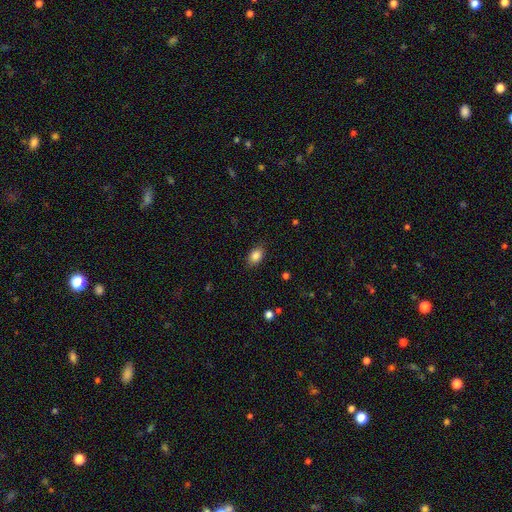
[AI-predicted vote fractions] Smooth or featured? Predicted: smooth (p=0.84). How rounded? Predicted: in between (p=0.83). Merging? Predicted: none (p=0.86).